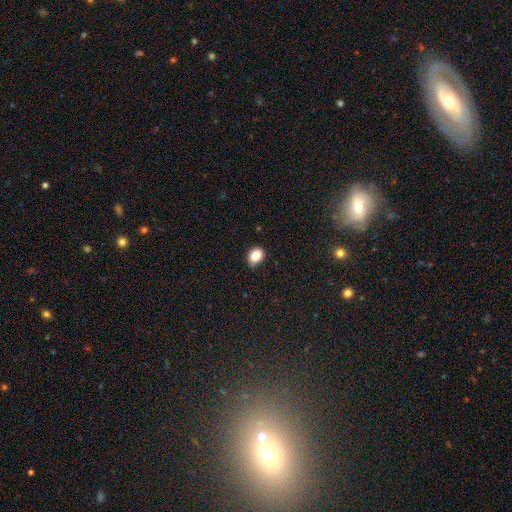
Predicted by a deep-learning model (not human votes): This is clearly a smooth galaxy (86%). How rounded: likely in between (61%). Merging: likely none (76%).